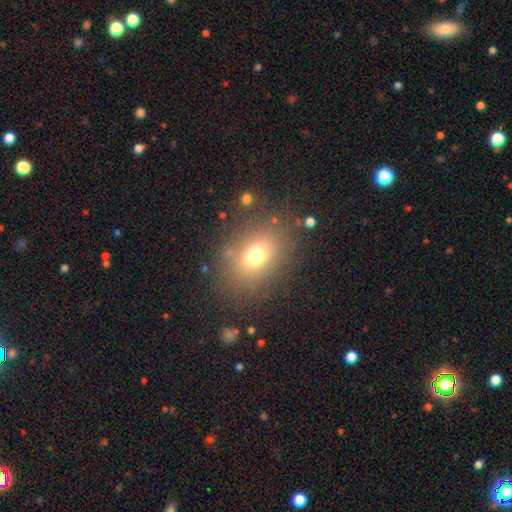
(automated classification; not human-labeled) A smooth galaxy with no disk features (70%) that is in between round and cigar-shaped (70%).

Vote fractions:
- Smooth or featured? smooth: 70% / star or artifact: 16% / featured or disk: 14%
- How rounded? in between: 70% / round: 29% / cigar-shaped: 2%
- Merging? none: 79% / minor disturbance: 11% / major disturbance: 7% / merger: 3%